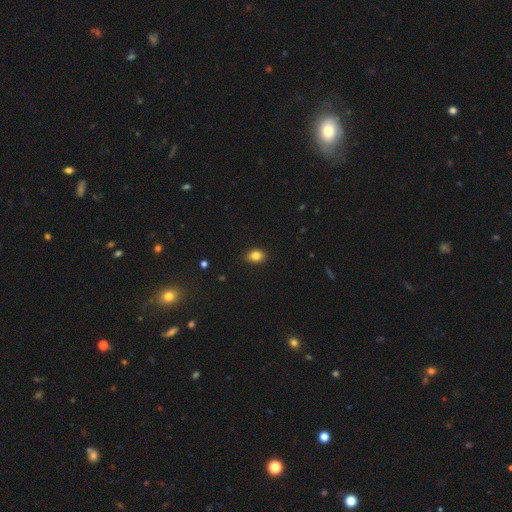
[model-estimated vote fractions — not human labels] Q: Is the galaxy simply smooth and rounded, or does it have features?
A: smooth — 83%.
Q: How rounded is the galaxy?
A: in between — 67%.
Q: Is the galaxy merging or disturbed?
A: none — 86%.